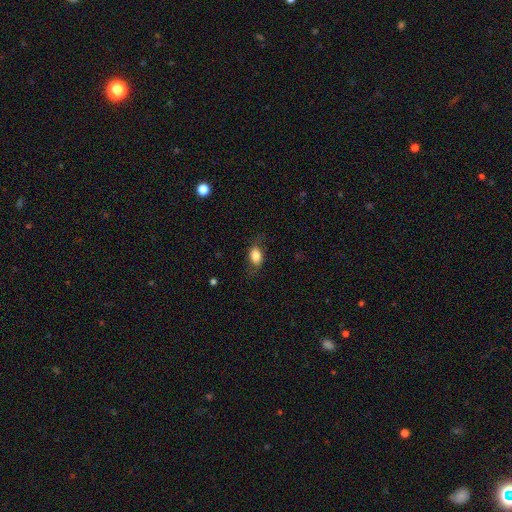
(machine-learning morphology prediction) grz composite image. It shows a smooth galaxy with no disk features (77%) that is in between round and cigar-shaped (80%). Merging: none (67%).